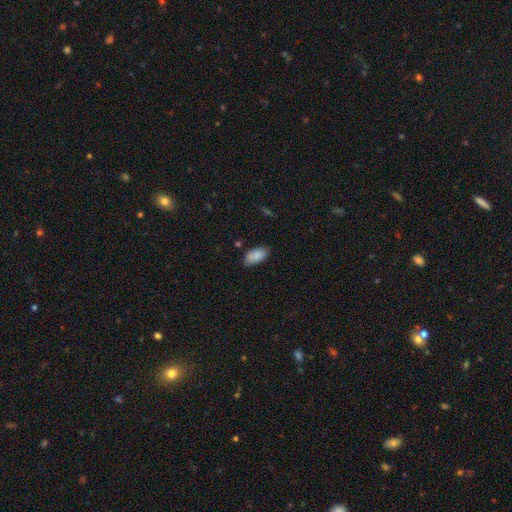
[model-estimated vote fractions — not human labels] Morphology: type=smooth (88%); roundness=in between (93%); merging=none (80%).